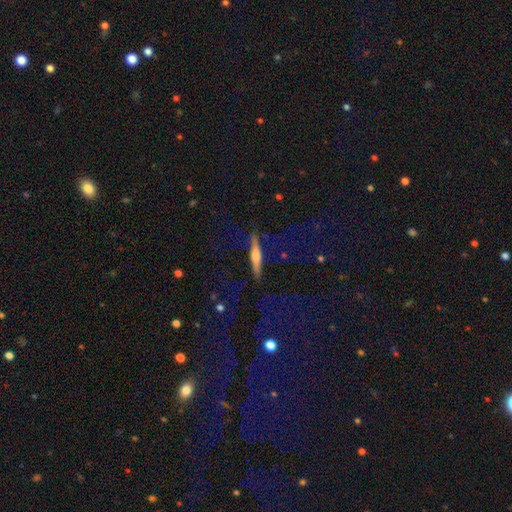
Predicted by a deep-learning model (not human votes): Q: Smooth or featured?
A: featured or disk (54%); runner-up: smooth (38%)
Q: Edge-on disk?
A: yes (95%); runner-up: no (5%)
Q: Edge-on bulge?
A: rounded (78%); runner-up: none (12%)
Q: Merging?
A: none (84%); runner-up: minor disturbance (11%)